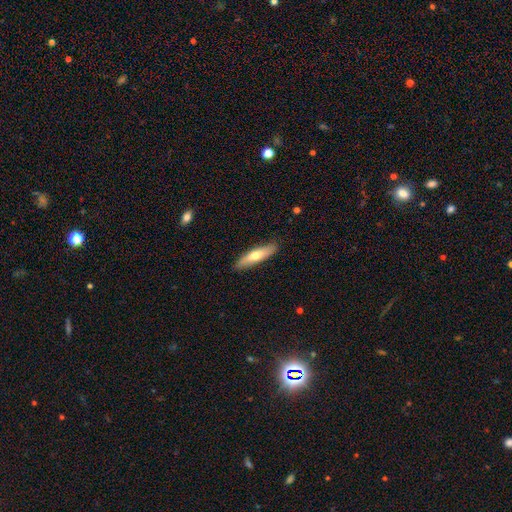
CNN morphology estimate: A smooth galaxy with no disk features (59%) that is cigar-shaped (74%).

Vote fractions:
- Smooth or featured? smooth: 59% / featured or disk: 35% / star or artifact: 6%
- How rounded? cigar-shaped: 74% / in between: 25% / round: 2%
- Merging? none: 87% / minor disturbance: 10% / major disturbance: 2% / merger: 1%